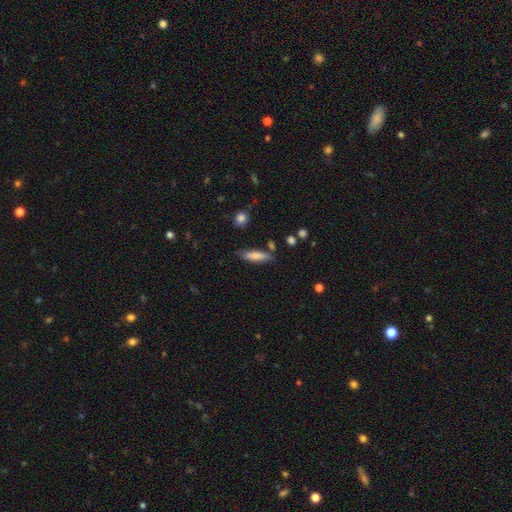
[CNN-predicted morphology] Smooth or featured? Predicted: smooth (p=0.77). How rounded? Predicted: cigar-shaped (p=0.69). Merging? Predicted: none (p=0.78).